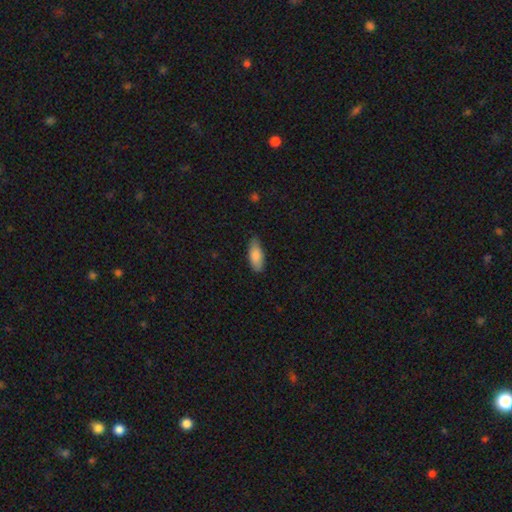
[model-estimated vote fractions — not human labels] A smooth galaxy with no disk features (85%) that is in between round and cigar-shaped (79%).

Vote fractions:
- Smooth or featured? smooth: 85% / featured or disk: 9% / star or artifact: 6%
- How rounded? in between: 79% / cigar-shaped: 19% / round: 2%
- Merging? none: 80% / minor disturbance: 16% / major disturbance: 3% / merger: 1%